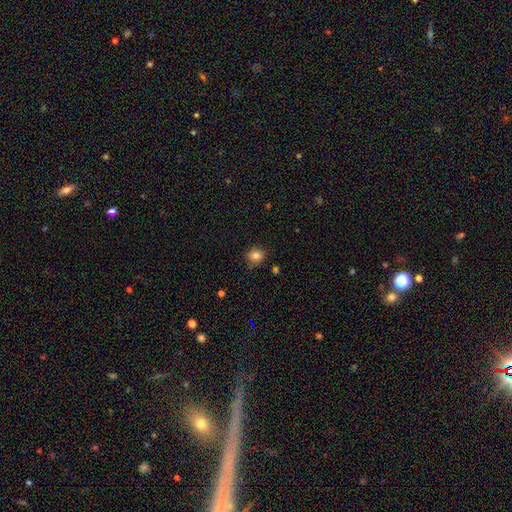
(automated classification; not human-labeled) Smooth or featured? smooth (83%)
How rounded? round (82%)
Merging? none (82%)